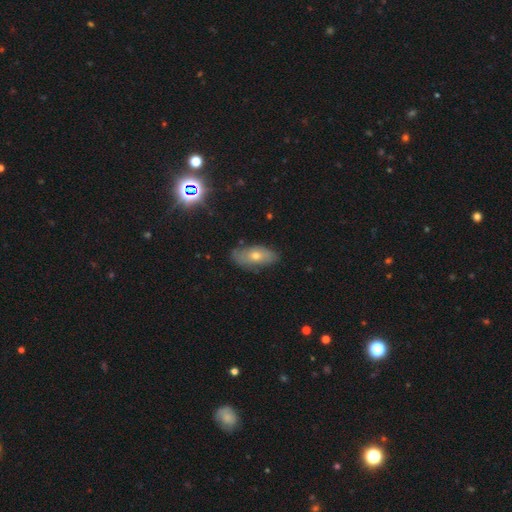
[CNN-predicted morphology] smooth-or-featured: smooth: 53% | featured or disk: 36% | star or artifact: 11%
  how-rounded: in between: 86% | cigar-shaped: 10% | round: 5%
  merging: none: 76% | minor disturbance: 19% | major disturbance: 4% | merger: 2%